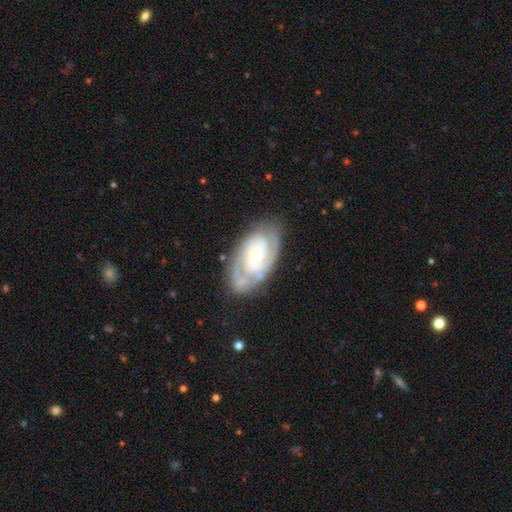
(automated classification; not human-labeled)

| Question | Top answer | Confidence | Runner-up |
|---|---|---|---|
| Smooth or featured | featured or disk | 84% | smooth (11%) |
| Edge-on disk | no | 95% | yes (5%) |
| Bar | no | 59% | weak (31%) |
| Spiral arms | yes | 93% | no (7%) |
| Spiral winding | tight | 67% | medium (27%) |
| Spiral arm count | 2 | 51% | can't tell (22%) |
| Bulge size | moderate | 58% | small (37%) |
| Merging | none | 74% | minor disturbance (18%) |